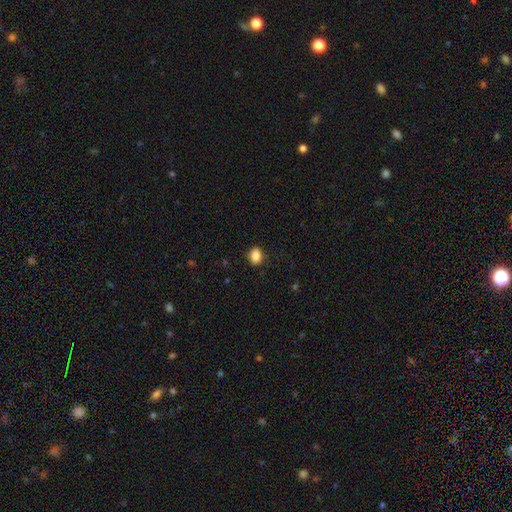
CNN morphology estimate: Smooth or featured? Predicted: smooth (p=0.87). How rounded? Predicted: in between (p=0.68). Merging? Predicted: none (p=0.86).